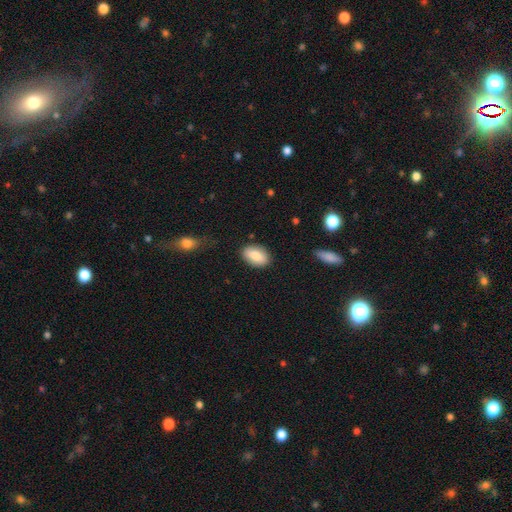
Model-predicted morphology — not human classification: smooth 84%, featured or disk 10%, star or artifact 7%. Down the decision tree: how rounded — in between (88%); merging — none (85%).